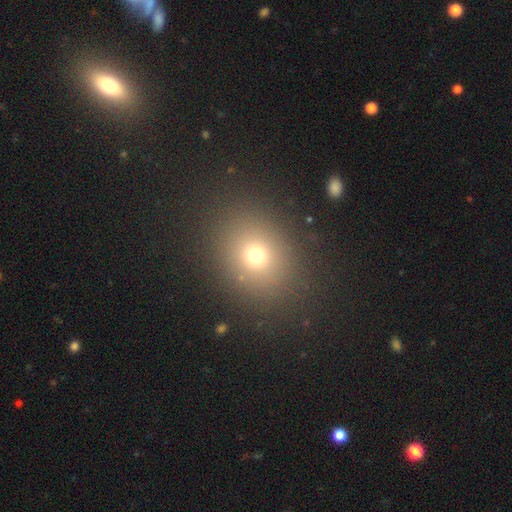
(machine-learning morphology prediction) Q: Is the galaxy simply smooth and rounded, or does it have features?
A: smooth — 70%.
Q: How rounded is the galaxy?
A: round — 58%.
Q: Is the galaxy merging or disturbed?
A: none — 85%.